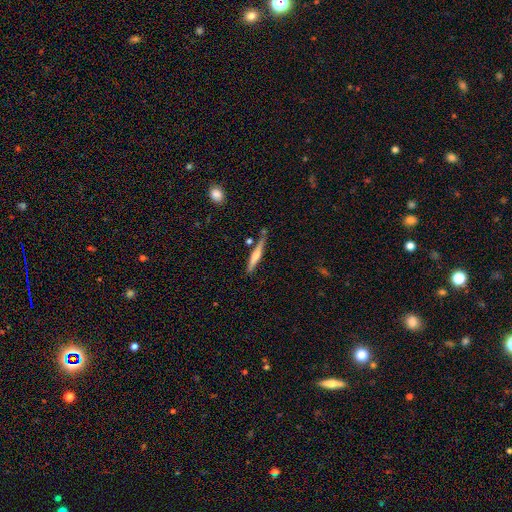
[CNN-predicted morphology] Smooth or featured: featured or disk — 53% (smooth — 41%)
Edge-on disk: yes — 96% (no — 4%)
Edge-on bulge: rounded — 69% (none — 16%)
Merging: none — 77% (minor disturbance — 14%)